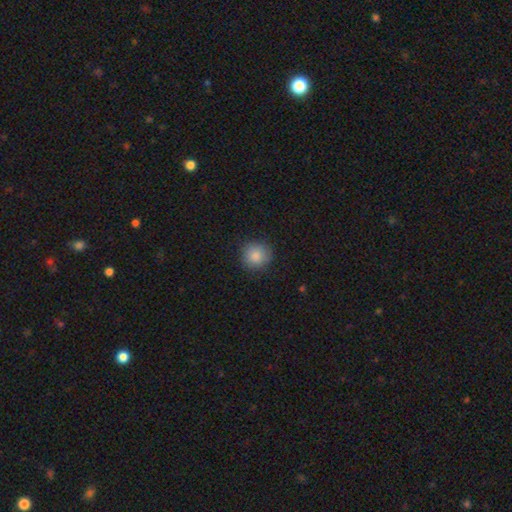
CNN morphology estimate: Q: Smooth or featured?
A: smooth (86%); runner-up: star or artifact (9%)
Q: How rounded?
A: round (92%); runner-up: in between (7%)
Q: Merging?
A: none (87%); runner-up: minor disturbance (9%)